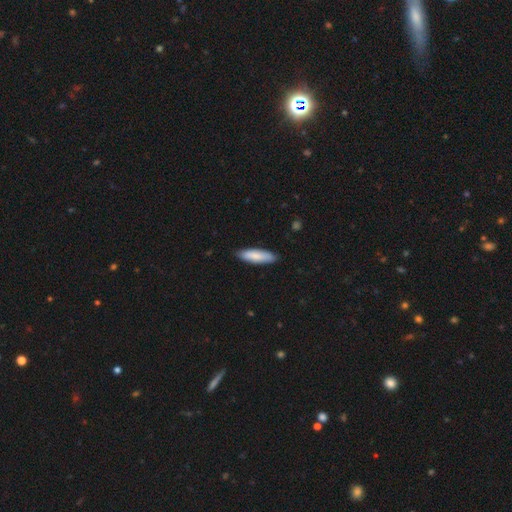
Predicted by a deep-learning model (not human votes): smooth 83%, featured or disk 12%, star or artifact 5%. Down the decision tree: how rounded — cigar-shaped (58%); merging — none (87%).